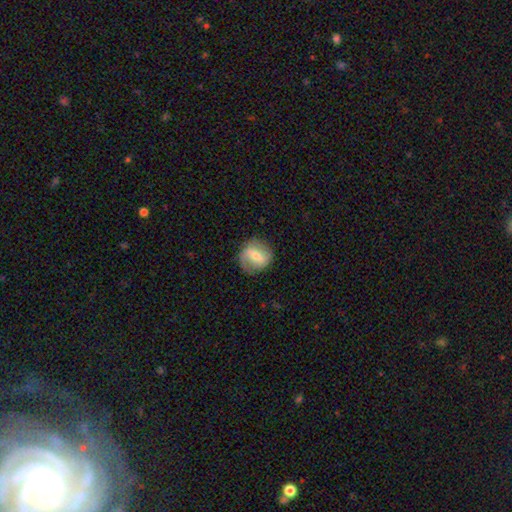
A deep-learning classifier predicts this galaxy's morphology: Q: Smooth or featured?
A: featured or disk (48%); runner-up: smooth (45%)
Q: Merging?
A: none (78%); runner-up: minor disturbance (15%)